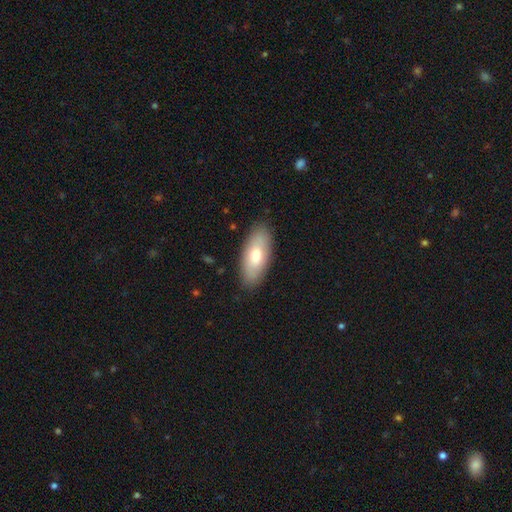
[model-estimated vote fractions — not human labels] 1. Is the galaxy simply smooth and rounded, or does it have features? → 71% smooth, 23% featured or disk, 6% star or artifact.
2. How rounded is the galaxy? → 84% in between, 14% cigar-shaped, 2% round.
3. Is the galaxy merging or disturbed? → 87% none, 10% minor disturbance, 2% major disturbance, 1% merger.